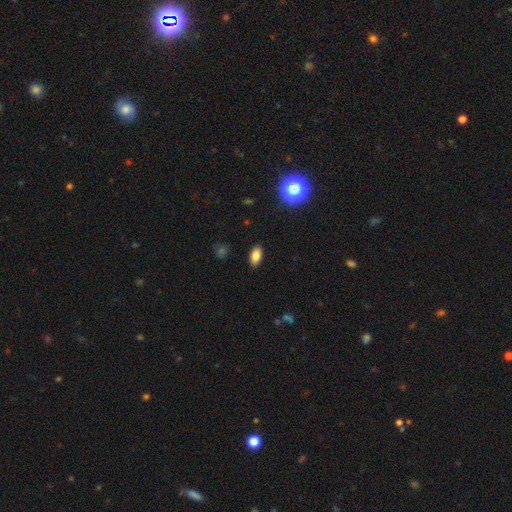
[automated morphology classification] The model was most divided on "smooth or featured": smooth: 82%, star or artifact: 11%, featured or disk: 6%. More confident: how rounded — in between (90%); merging — none (89%).